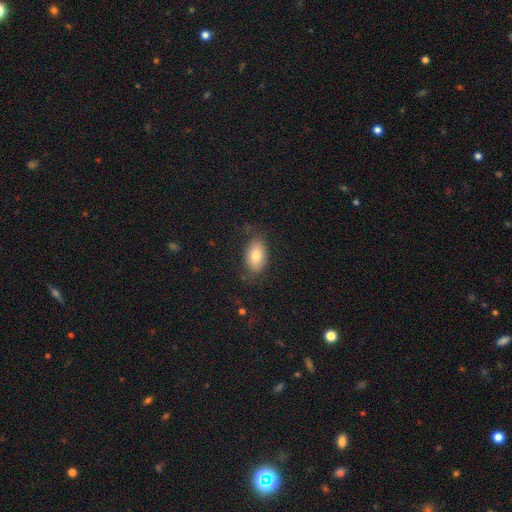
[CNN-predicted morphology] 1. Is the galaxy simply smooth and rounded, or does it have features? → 79% smooth, 13% featured or disk, 7% star or artifact.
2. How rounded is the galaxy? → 90% in between, 8% round, 1% cigar-shaped.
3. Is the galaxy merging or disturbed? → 78% none, 16% minor disturbance, 5% major disturbance, 1% merger.